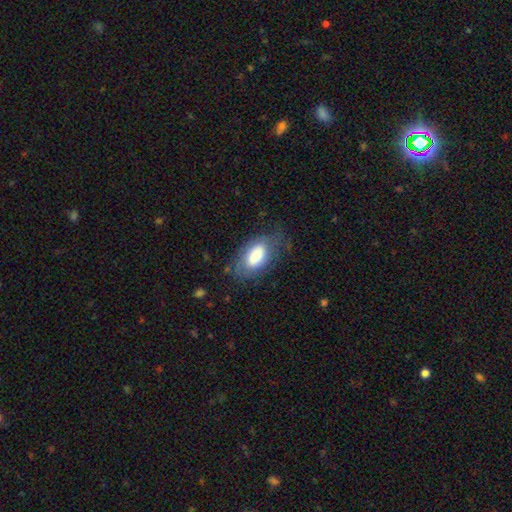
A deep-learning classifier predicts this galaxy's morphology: The model was most divided on "merging": none: 63%, minor disturbance: 23%, major disturbance: 12%, merger: 1%. More confident: how rounded — in between (93%); smooth or featured — smooth (69%).